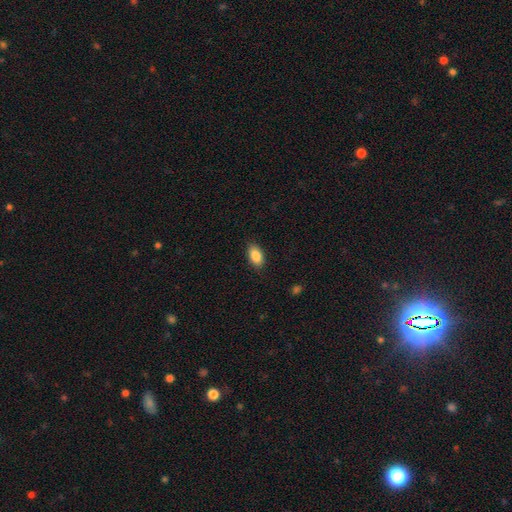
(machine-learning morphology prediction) smooth 88%, star or artifact 7%, featured or disk 5%. Down the decision tree: how rounded — in between (92%); merging — none (87%).